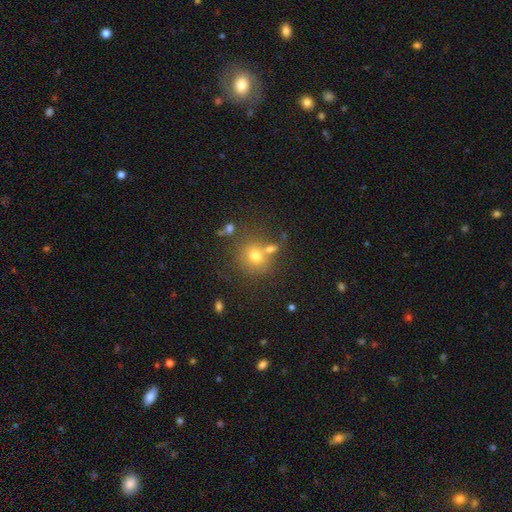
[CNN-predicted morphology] Smooth or featured? Predicted: smooth (p=0.70). How rounded? Predicted: round (p=0.82). Merging? Predicted: none (p=0.61).